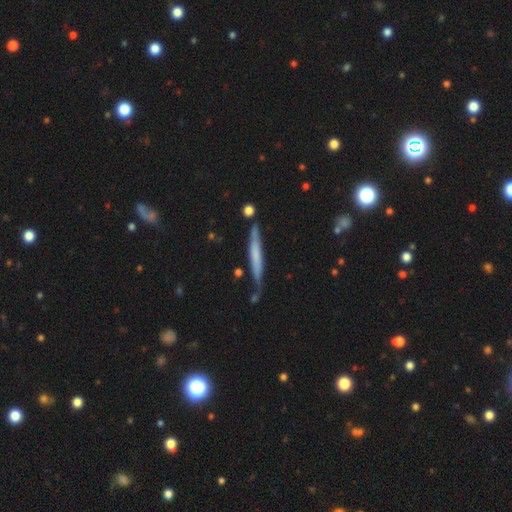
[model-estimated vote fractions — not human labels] This appears to be a smooth galaxy with no disk features (52%) that is cigar-shaped (95%). Merging: none (70%).